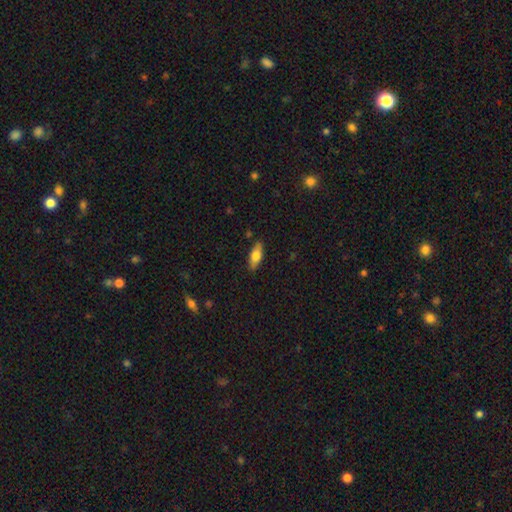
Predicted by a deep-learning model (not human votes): smooth-or-featured: smooth: 66% | featured or disk: 27% | star or artifact: 7%
  how-rounded: in between: 69% | cigar-shaped: 28% | round: 3%
  merging: none: 87% | minor disturbance: 10% | major disturbance: 2% | merger: 1%